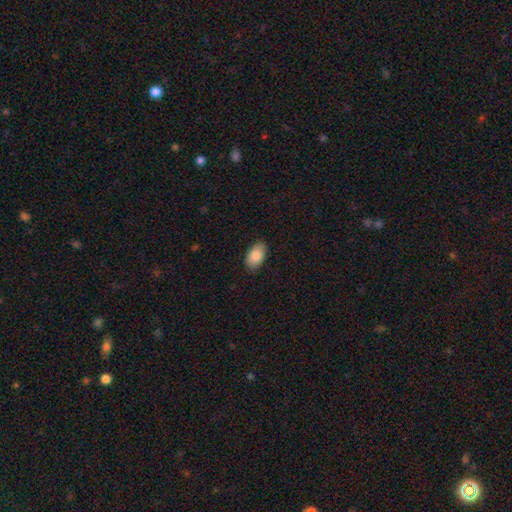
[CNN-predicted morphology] Smooth or featured? smooth (87%)
How rounded? in between (94%)
Merging? none (87%)